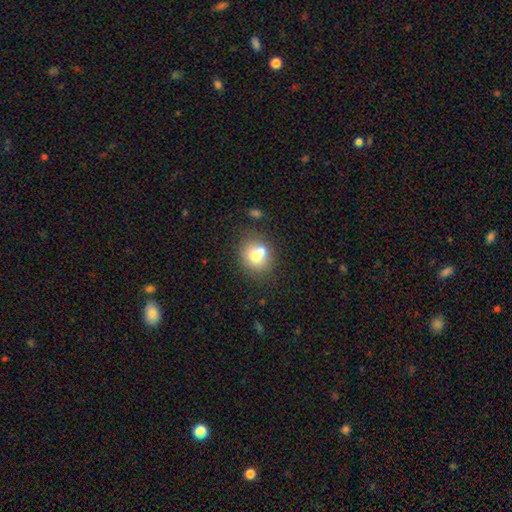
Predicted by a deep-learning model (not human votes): A smooth galaxy with no disk features (68%) that is round (76%).

Vote fractions:
- Smooth or featured? smooth: 68% / featured or disk: 21% / star or artifact: 11%
- How rounded? round: 76% / in between: 23% / cigar-shaped: 1%
- Merging? none: 49% / merger: 37% / minor disturbance: 10% / major disturbance: 4%